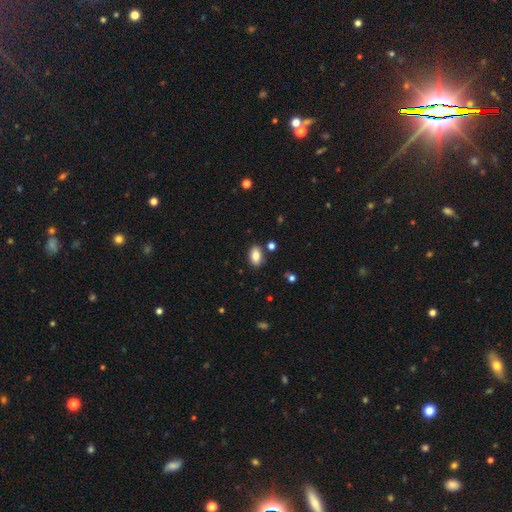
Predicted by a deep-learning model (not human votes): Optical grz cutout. It shows a smooth galaxy with no disk features (85%) that is in between round and cigar-shaped (91%). Merging: none (83%).